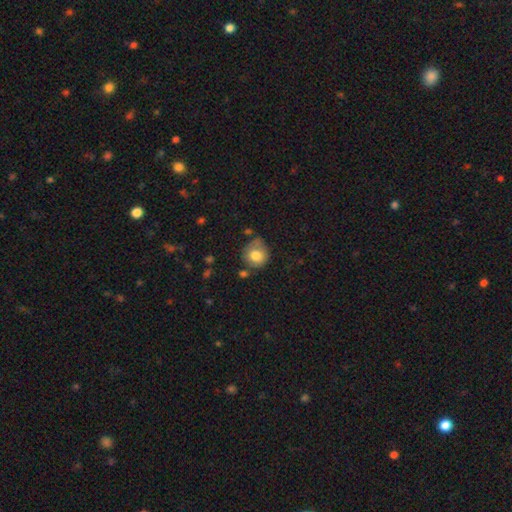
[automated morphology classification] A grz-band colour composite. It shows a smooth galaxy with no disk features (77%) that is round (86%). Merging: none (59%).